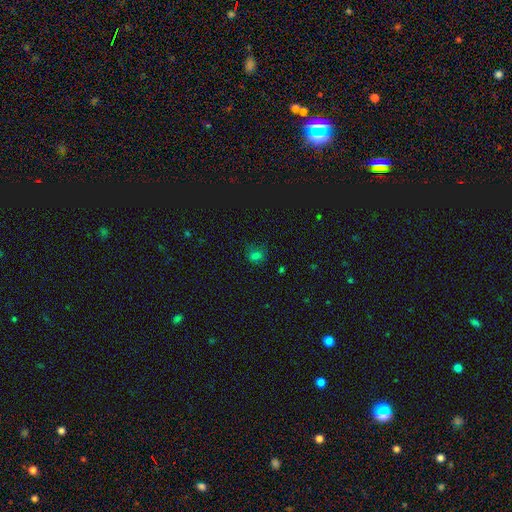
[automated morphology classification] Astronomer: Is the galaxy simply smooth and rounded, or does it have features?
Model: smooth — 65%.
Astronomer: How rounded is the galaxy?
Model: round — 59% (runner-up: in between, 39%).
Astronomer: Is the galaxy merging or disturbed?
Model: none — 72%.